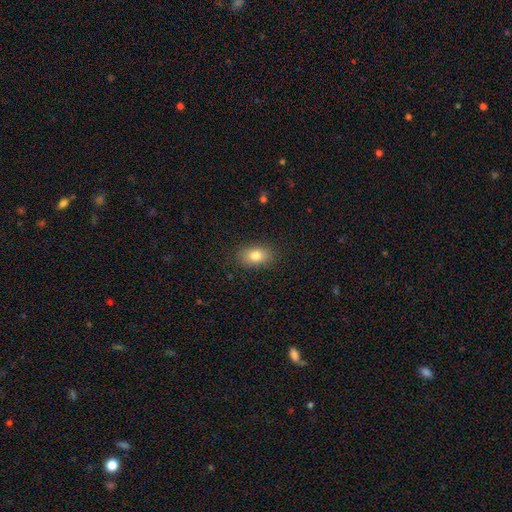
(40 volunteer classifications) smooth-or-featured: smooth: 75% | featured or disk: 15% | star or artifact: 10%
  how-rounded: in between: 80% | round: 13% | cigar-shaped: 7%
  merging: none: 83% | minor disturbance: 17% | major disturbance: 0% | merger: 0%